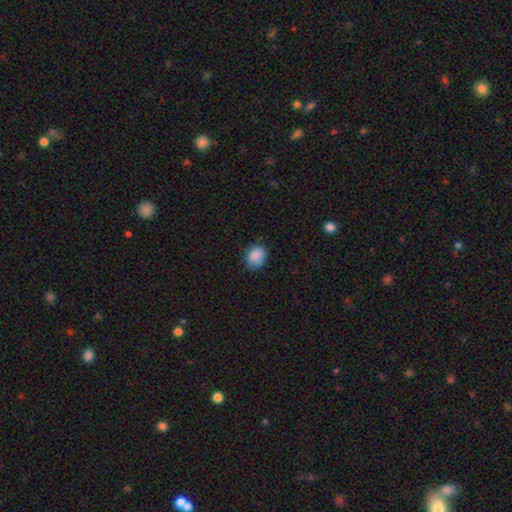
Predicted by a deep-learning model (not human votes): Smooth or featured?
  - smooth: 87% *
  - star or artifact: 8%
  - featured or disk: 4%
How rounded?
  - in between: 52% *
  - round: 47%
  - cigar-shaped: 1%
Merging?
  - none: 74% *
  - minor disturbance: 21%
  - major disturbance: 4%
  - merger: 1%